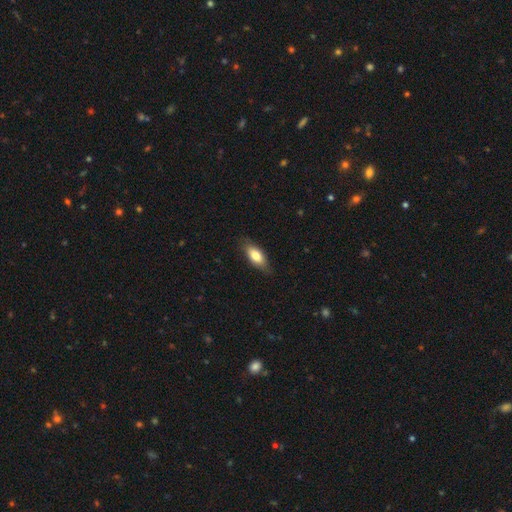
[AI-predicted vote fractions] This is likely a smooth galaxy (77%). How rounded: clearly in between (81%). Merging: clearly none (81%).